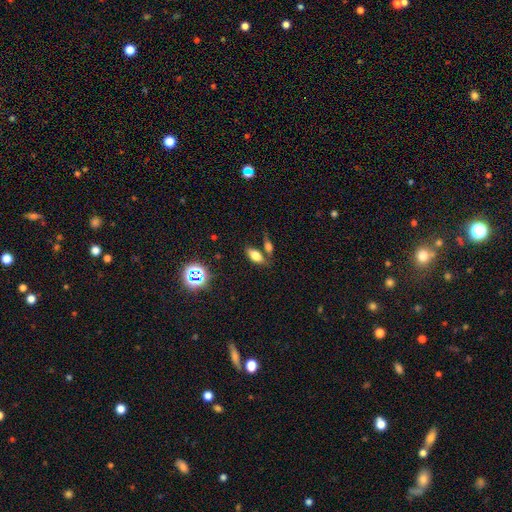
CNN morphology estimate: This is likely a smooth galaxy (72%). How rounded: clearly in between (84%). Merging: possibly none (57%).